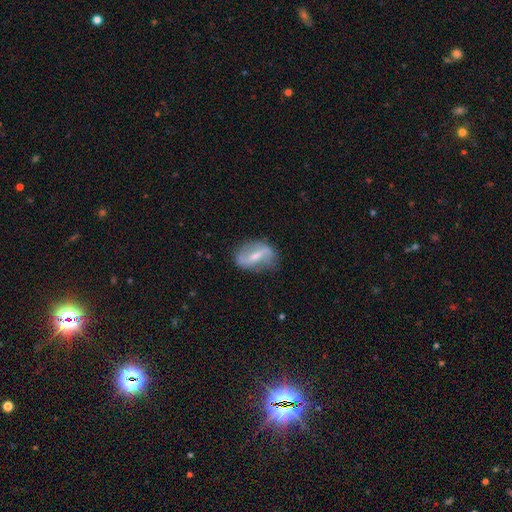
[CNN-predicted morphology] Overall: featured or disk (68%). Edge-on disk: no (92%). Bar: strong (52%; weak 35%). Spiral arms: yes (70%; no 30%). Bulge size: small (44%; moderate 40%). Merging: none (69%).